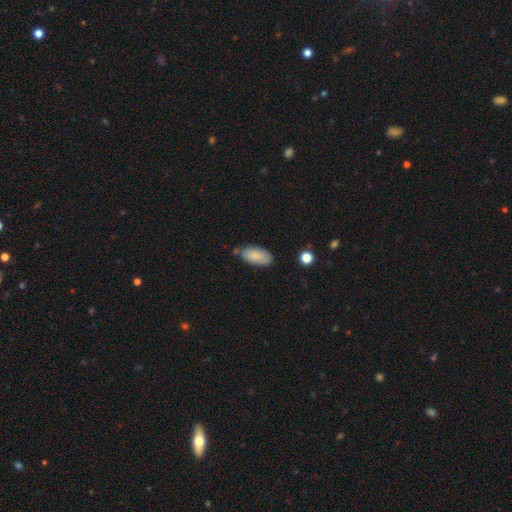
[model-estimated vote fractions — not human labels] A smooth galaxy with no disk features (83%) that is in between round and cigar-shaped (92%).

Vote fractions:
- Smooth or featured? smooth: 83% / featured or disk: 10% / star or artifact: 7%
- How rounded? in between: 92% / cigar-shaped: 6% / round: 2%
- Merging? none: 69% / minor disturbance: 22% / merger: 5% / major disturbance: 4%